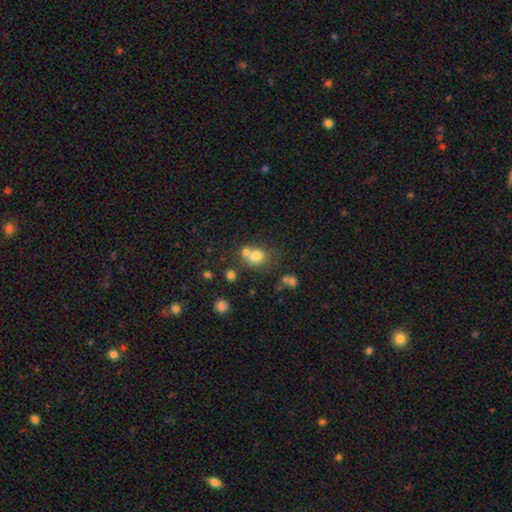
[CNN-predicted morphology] Q: Smooth or featured?
A: smooth (70%); runner-up: featured or disk (16%)
Q: How rounded?
A: round (68%); runner-up: in between (31%)
Q: Merging?
A: merger (48%); runner-up: none (36%)